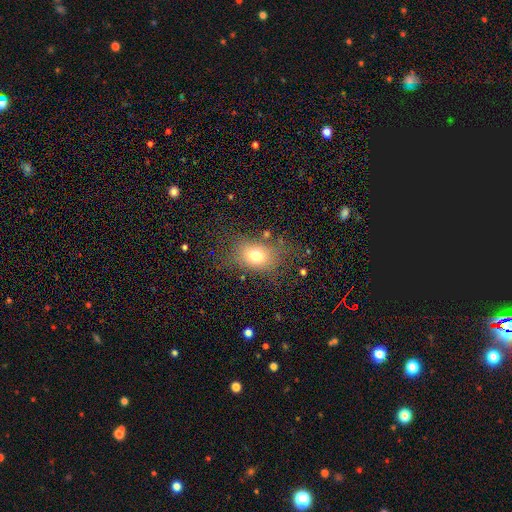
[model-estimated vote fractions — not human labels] Smooth or featured: smooth — 73% (featured or disk — 14%)
How rounded: in between — 66% (round — 33%)
Merging: none — 69% (minor disturbance — 18%)